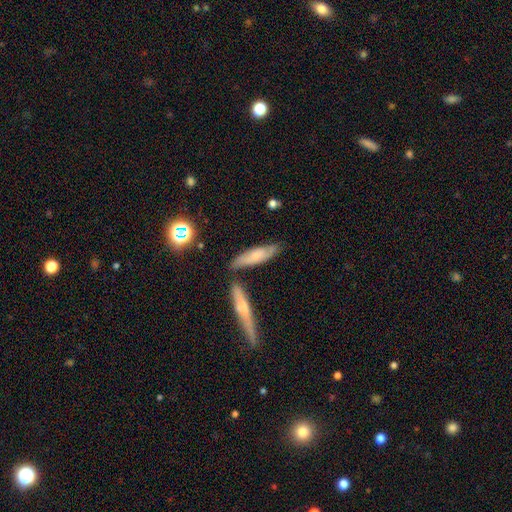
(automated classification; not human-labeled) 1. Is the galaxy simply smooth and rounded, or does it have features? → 52% smooth, 39% featured or disk, 8% star or artifact.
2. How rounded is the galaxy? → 59% cigar-shaped, 38% in between, 3% round.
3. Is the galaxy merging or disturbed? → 64% none, 18% minor disturbance, 13% merger, 5% major disturbance.